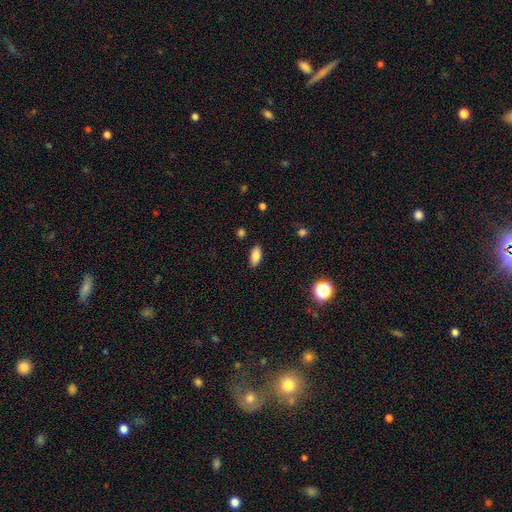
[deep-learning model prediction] A smooth galaxy with no disk features (84%) that is in between round and cigar-shaped (89%). Merging: none (87%).